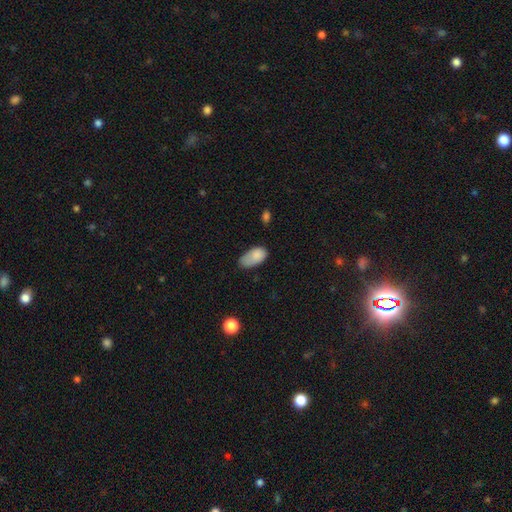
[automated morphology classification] Smooth or featured? smooth (83%)
How rounded? in between (94%)
Merging? none (43%)